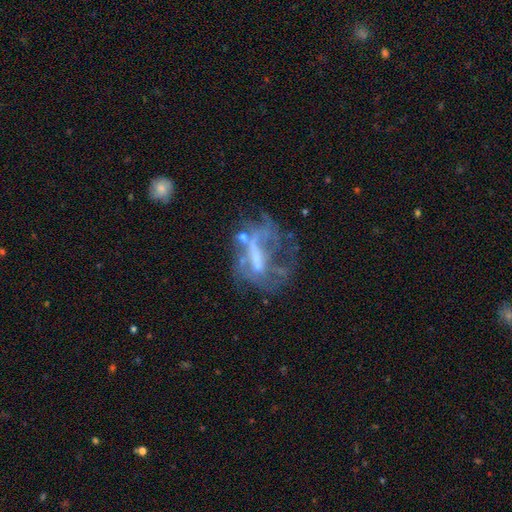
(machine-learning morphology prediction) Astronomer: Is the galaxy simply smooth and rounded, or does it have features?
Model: featured or disk — 66%.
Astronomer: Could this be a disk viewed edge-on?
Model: no — 93%.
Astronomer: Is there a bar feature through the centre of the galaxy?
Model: no — 42% (runner-up: strong, 30%).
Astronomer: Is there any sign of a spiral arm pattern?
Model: no — 72%.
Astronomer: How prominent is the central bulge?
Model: none — 43% (runner-up: moderate, 26%).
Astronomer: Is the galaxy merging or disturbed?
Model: major disturbance — 39% (runner-up: none, 32%).